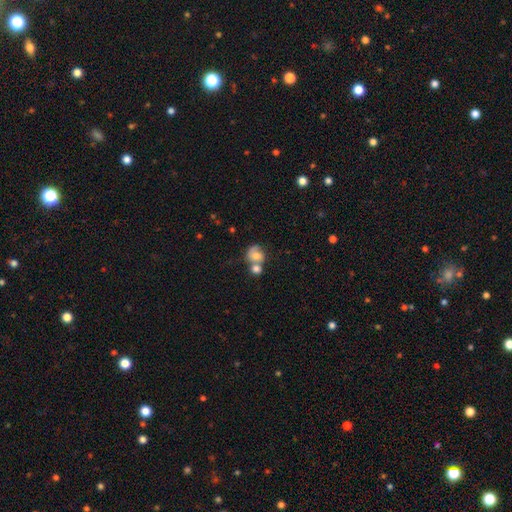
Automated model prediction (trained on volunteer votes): Q: Smooth or featured?
A: smooth (54%); runner-up: featured or disk (36%)
Q: How rounded?
A: round (63%); runner-up: in between (36%)
Q: Merging?
A: merger (47%); runner-up: none (31%)